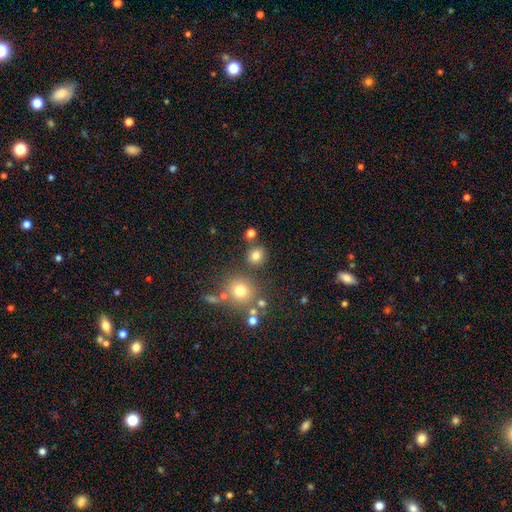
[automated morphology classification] smooth 77%, star or artifact 16%, featured or disk 7%. Down the decision tree: how rounded — round (83%); merging — none (79%).